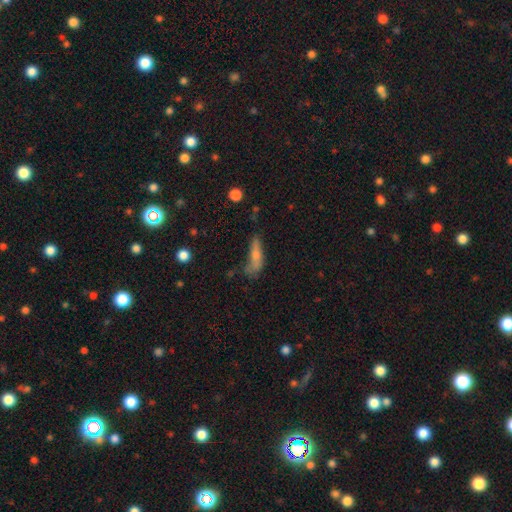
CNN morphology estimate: This appears to be a smooth galaxy with no disk features (61%) that is cigar-shaped (60%). Merging: none (37%).